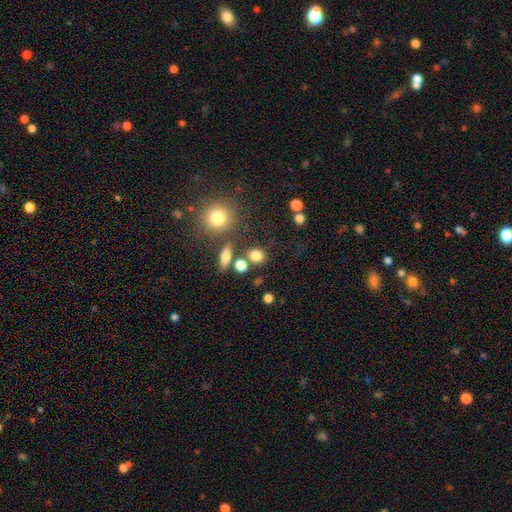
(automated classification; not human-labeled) The model was most divided on "how rounded": round: 77%, in between: 21%, cigar-shaped: 2%. More confident: smooth or featured — smooth (79%); merging — none (70%).